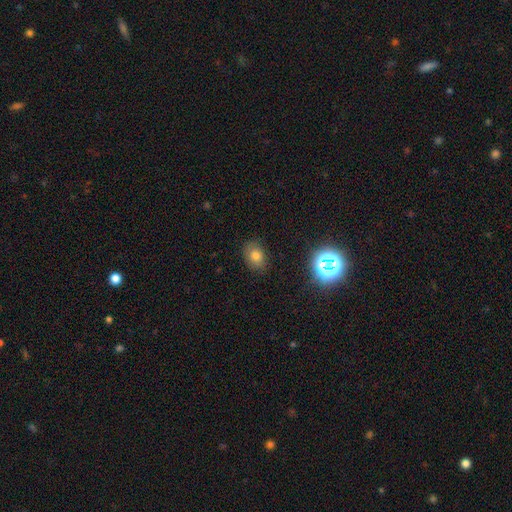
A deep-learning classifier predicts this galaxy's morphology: smooth 73%, star or artifact 17%, featured or disk 10%. Down the decision tree: how rounded — in between (65%); merging — none (83%).